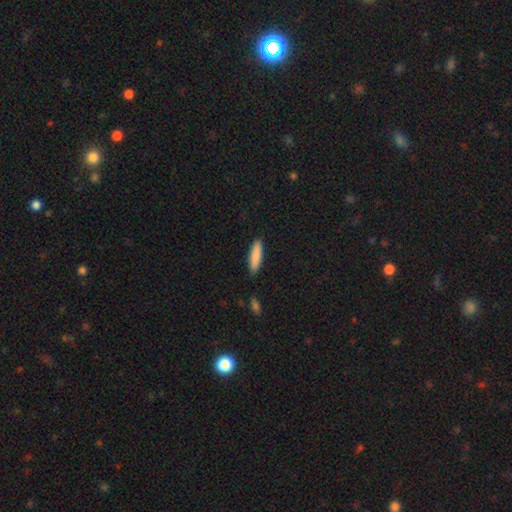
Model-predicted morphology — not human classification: This is clearly a smooth galaxy (86%). How rounded: likely cigar-shaped (67%). Merging: clearly none (88%).